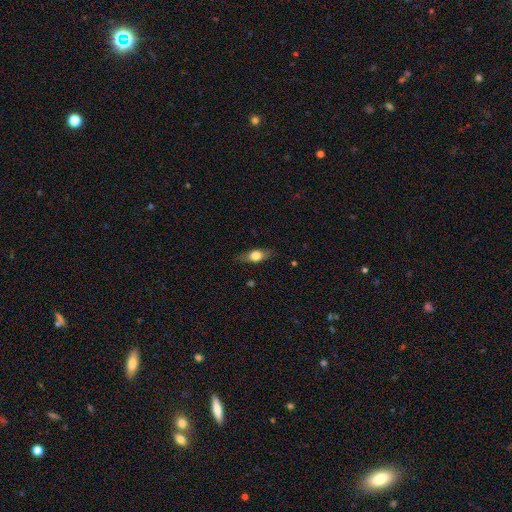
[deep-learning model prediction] Smooth or featured? Predicted: smooth (p=0.60). How rounded? Predicted: in between (p=0.70). Merging? Predicted: none (p=0.82).